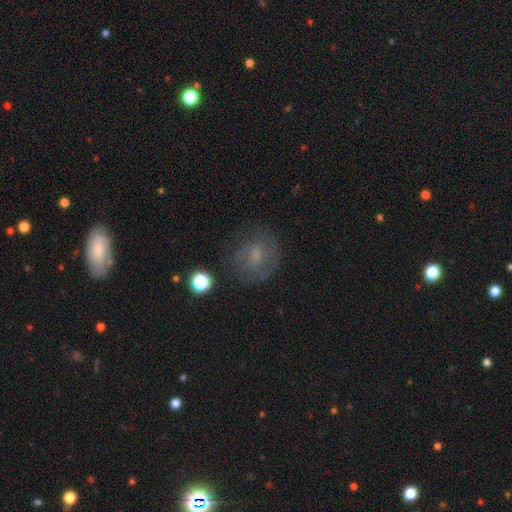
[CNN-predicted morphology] Smooth or featured? smooth (44%)
Merging? none (67%)